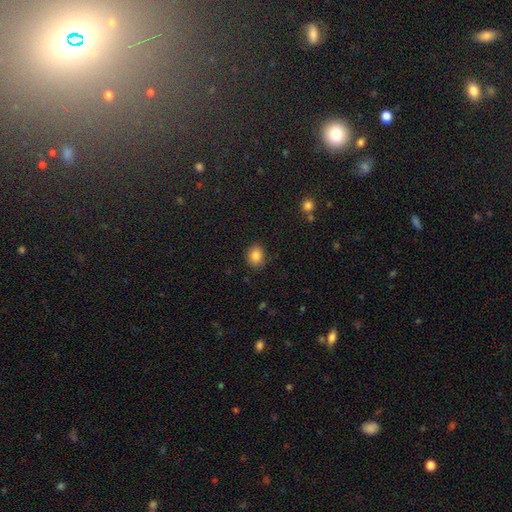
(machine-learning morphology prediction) type=smooth (84%); roundness=round (61%); merging=none (87%).